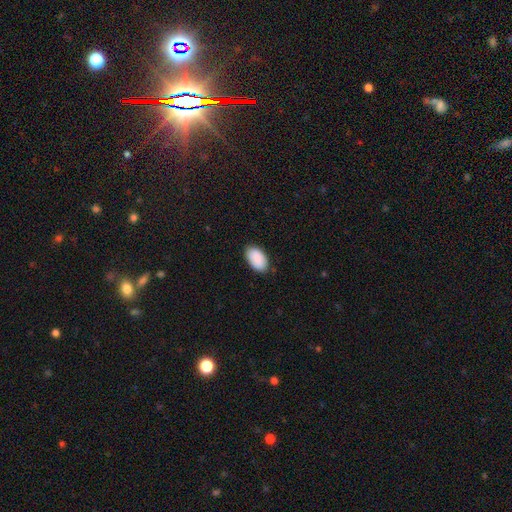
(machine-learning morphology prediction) Smooth or featured? Predicted: smooth (p=0.90). How rounded? Predicted: in between (p=0.95). Merging? Predicted: none (p=0.84).